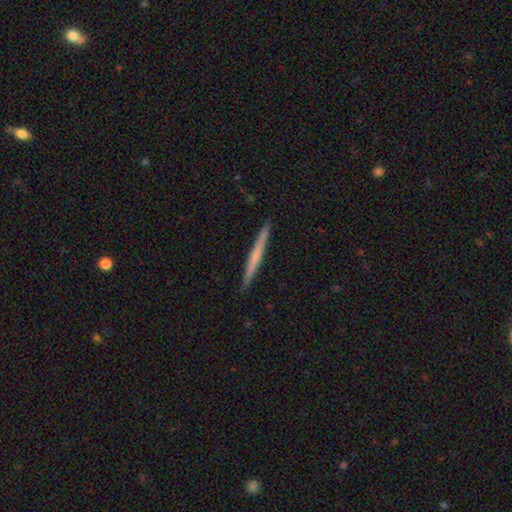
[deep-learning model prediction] This is possibly a featured or disk galaxy (48%). Merging: clearly none (93%).